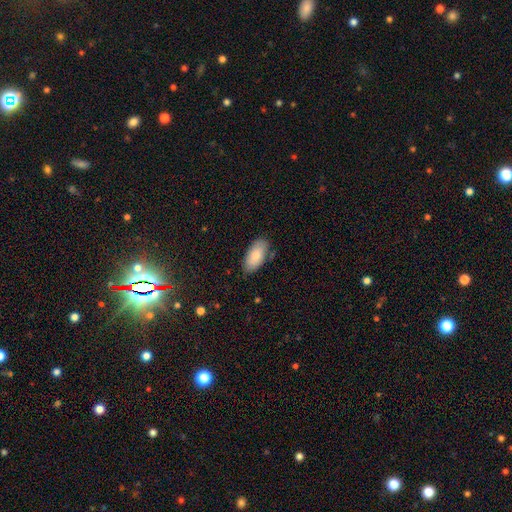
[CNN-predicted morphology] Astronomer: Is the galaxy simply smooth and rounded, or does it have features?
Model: smooth — 79%.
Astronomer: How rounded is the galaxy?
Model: in between — 94%.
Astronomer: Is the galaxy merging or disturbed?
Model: none — 77%.